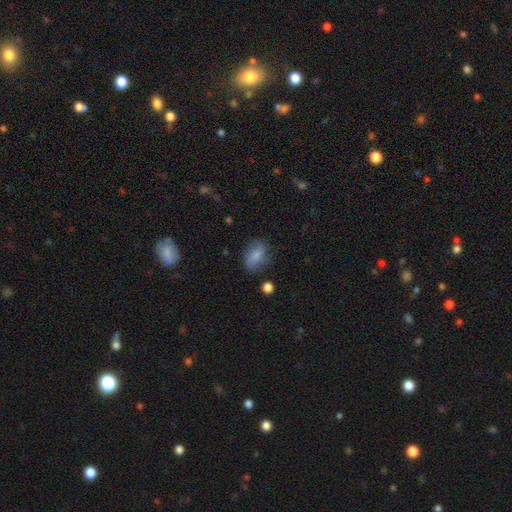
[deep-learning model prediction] Q: Smooth or featured?
A: smooth (70%); runner-up: featured or disk (21%)
Q: How rounded?
A: in between (79%); runner-up: round (17%)
Q: Merging?
A: none (69%); runner-up: minor disturbance (21%)